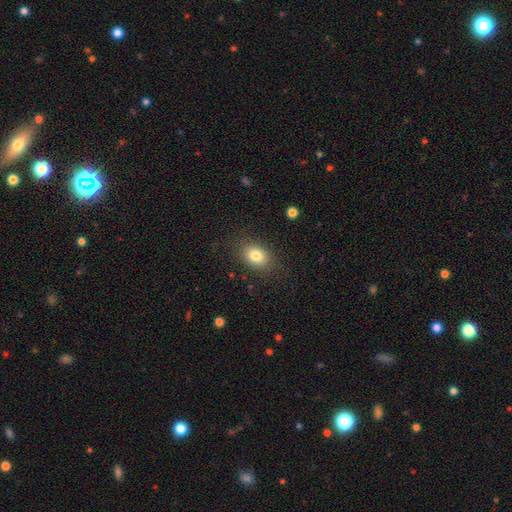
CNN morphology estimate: Smooth or featured: smooth — 81% (star or artifact — 10%)
How rounded: in between — 73% (round — 26%)
Merging: none — 83% (minor disturbance — 11%)